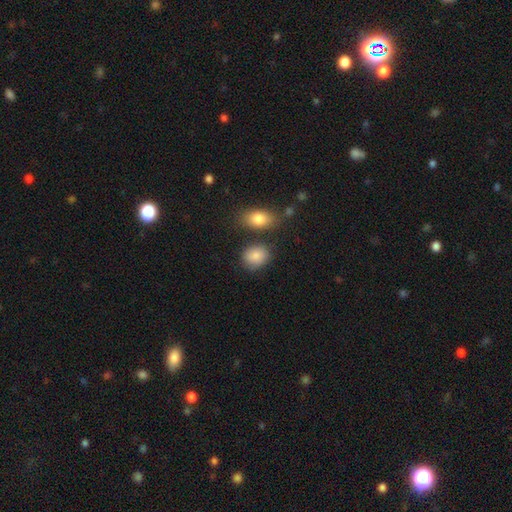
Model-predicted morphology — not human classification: This appears to be a smooth galaxy with no disk features (86%) that is in between round and cigar-shaped (54%). Merging: none (71%).